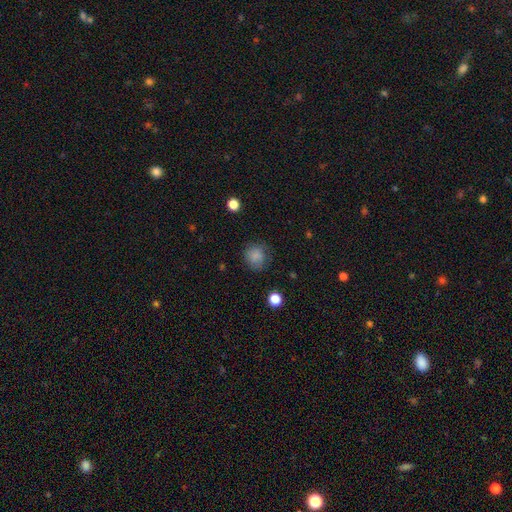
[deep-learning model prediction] smooth 83%, star or artifact 11%, featured or disk 6%. Down the decision tree: how rounded — round (85%); merging — none (75%).